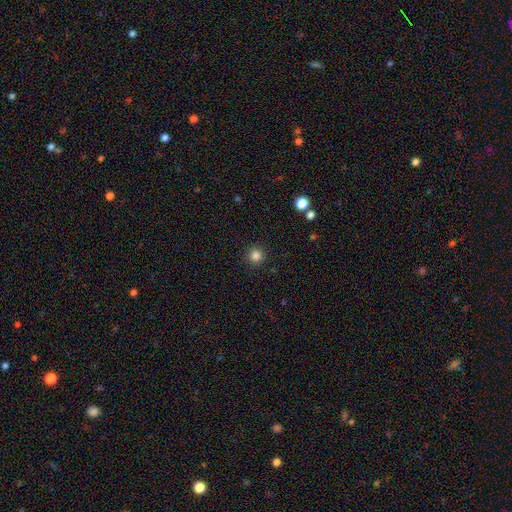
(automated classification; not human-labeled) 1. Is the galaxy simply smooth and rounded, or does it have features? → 84% smooth, 13% star or artifact, 4% featured or disk.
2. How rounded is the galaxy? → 96% round, 4% in between, 1% cigar-shaped.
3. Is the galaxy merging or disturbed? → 92% none, 5% minor disturbance, 2% major disturbance, 1% merger.